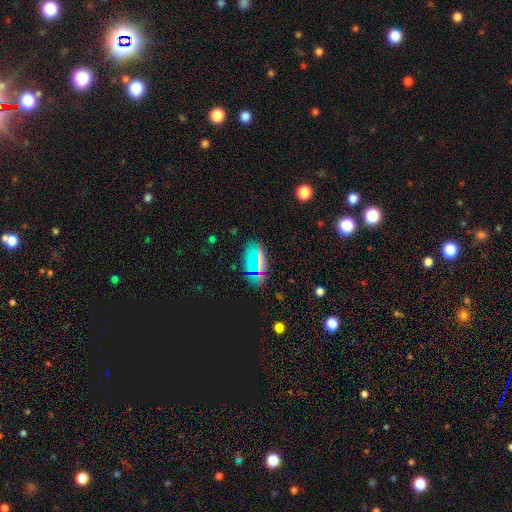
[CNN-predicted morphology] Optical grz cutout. It shows a smooth galaxy with no disk features (63%) that is in between round and cigar-shaped (86%). Merging: none (79%).